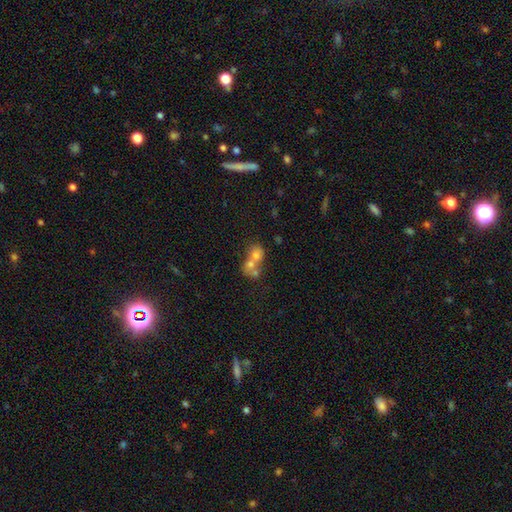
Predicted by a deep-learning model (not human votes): Smooth or featured? Predicted: smooth (p=0.61). How rounded? Predicted: round (p=0.65). Merging? Predicted: merger (p=0.66).